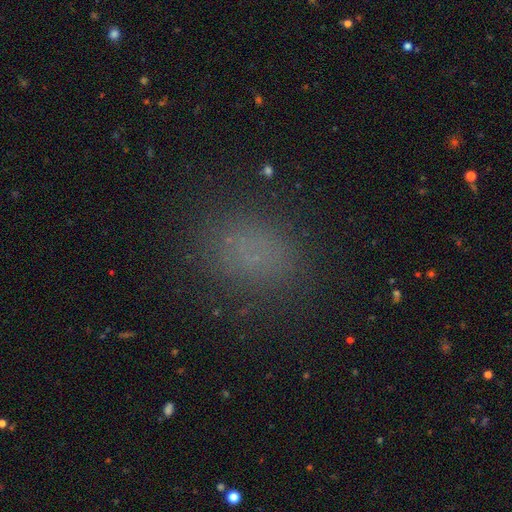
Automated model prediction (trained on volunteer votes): A smooth galaxy with no disk features (67%) that is in between round and cigar-shaped (59%). Merging: none (78%).